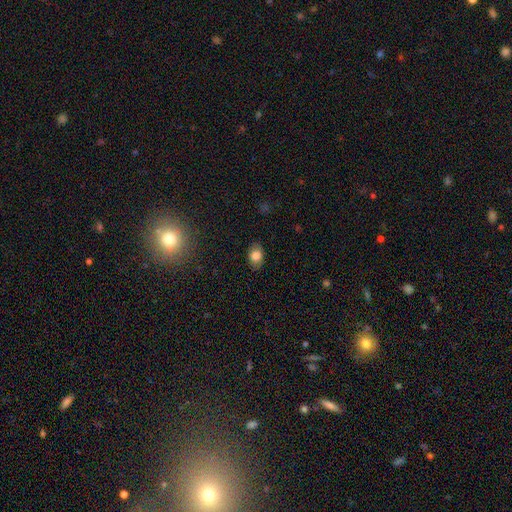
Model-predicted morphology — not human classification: type=smooth (80%); roundness=in between (80%); merging=none (84%).